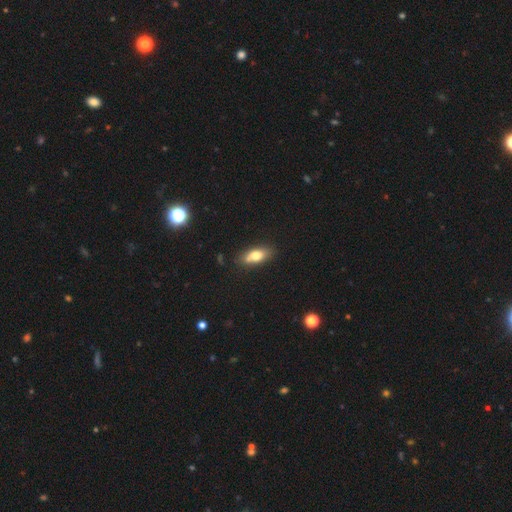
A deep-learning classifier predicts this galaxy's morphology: Smooth or featured? Predicted: smooth (p=0.71). How rounded? Predicted: in between (p=0.78). Merging? Predicted: none (p=0.72).